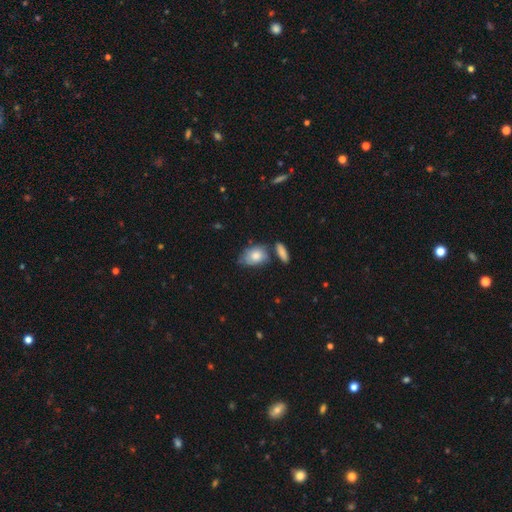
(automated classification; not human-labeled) Morphology: type=smooth (78%); roundness=in between (81%); merging=none (54%).